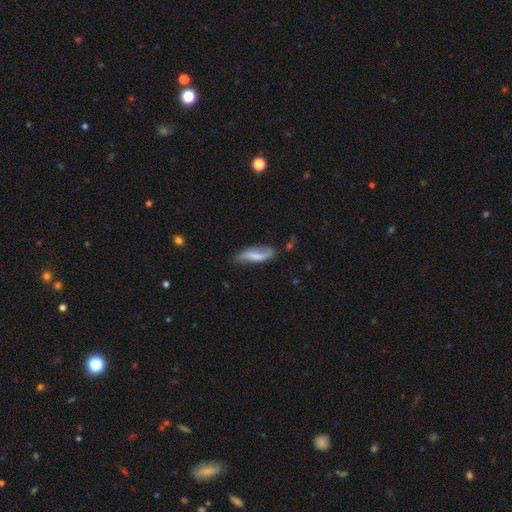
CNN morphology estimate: Smooth or featured? featured or disk (48%)
Merging? none (62%)